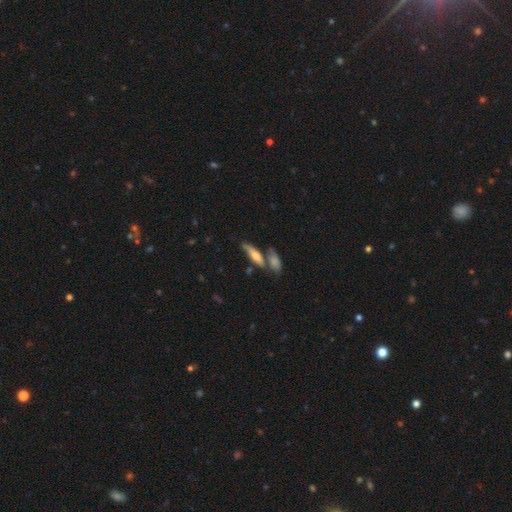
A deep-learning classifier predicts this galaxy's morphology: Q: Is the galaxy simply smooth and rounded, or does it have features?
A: smooth — 56%.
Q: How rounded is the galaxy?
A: cigar-shaped — 59%.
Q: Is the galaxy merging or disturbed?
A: none — 52%.